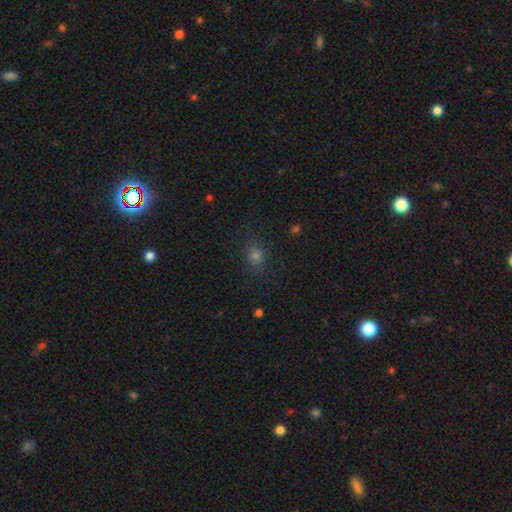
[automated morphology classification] This appears to be a smooth galaxy with no disk features (70%) that is round (62%). Merging: none (84%).